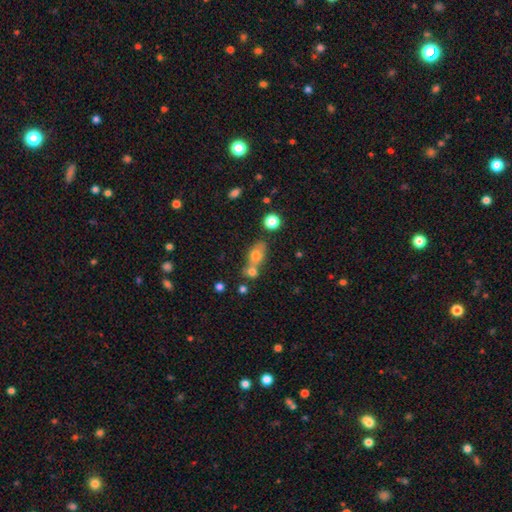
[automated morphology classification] A smooth galaxy with no disk features (72%) that is in between round and cigar-shaped (65%).

Vote fractions:
- Smooth or featured? smooth: 72% / featured or disk: 16% / star or artifact: 12%
- How rounded? in between: 65% / round: 30% / cigar-shaped: 5%
- Merging? merger: 46% / none: 38% / minor disturbance: 11% / major disturbance: 5%